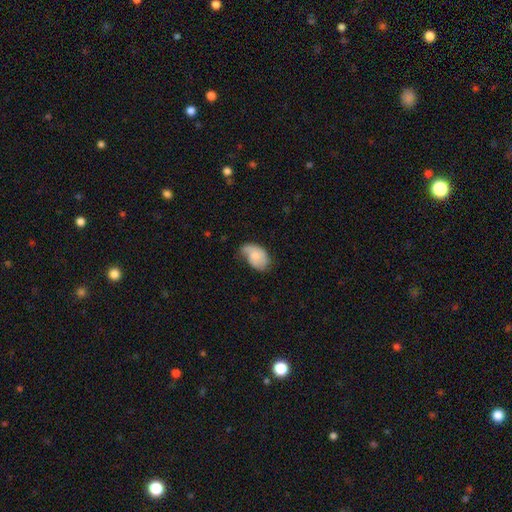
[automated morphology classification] A smooth galaxy with no disk features (55%) that is in between round and cigar-shaped (88%). Merging: none (42%).